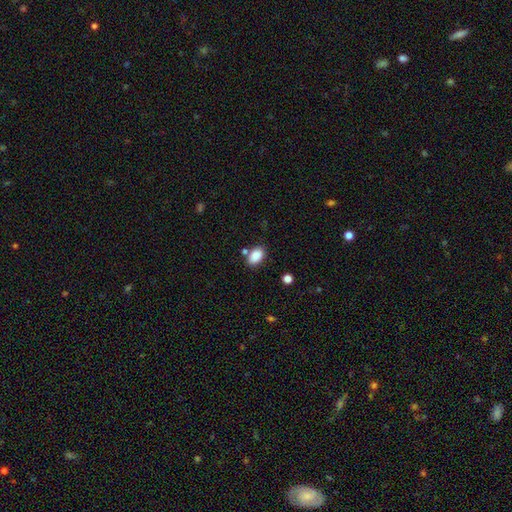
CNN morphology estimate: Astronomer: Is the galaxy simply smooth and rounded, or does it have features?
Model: smooth — 87%.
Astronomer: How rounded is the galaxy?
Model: in between — 89%.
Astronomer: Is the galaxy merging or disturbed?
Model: none — 72%.